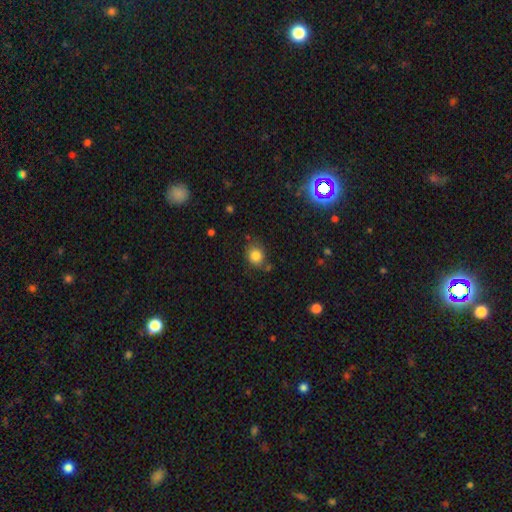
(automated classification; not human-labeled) A smooth galaxy with no disk features (82%) that is round (66%).

Vote fractions:
- Smooth or featured? smooth: 82% / star or artifact: 10% / featured or disk: 7%
- How rounded? round: 66% / in between: 33% / cigar-shaped: 1%
- Merging? none: 71% / minor disturbance: 18% / merger: 6% / major disturbance: 5%